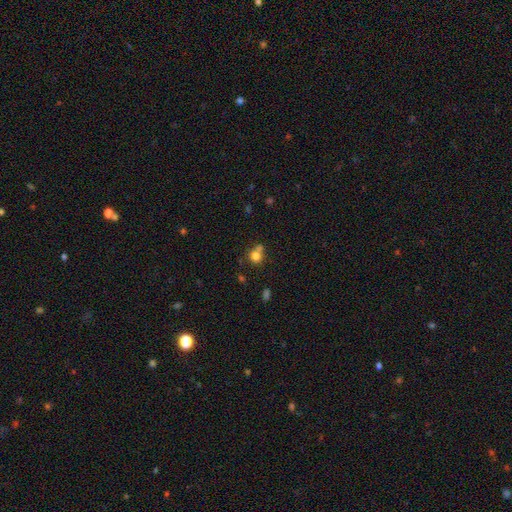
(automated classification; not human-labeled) Morphology: type=smooth (77%); roundness=round (84%); merging=none (49%).